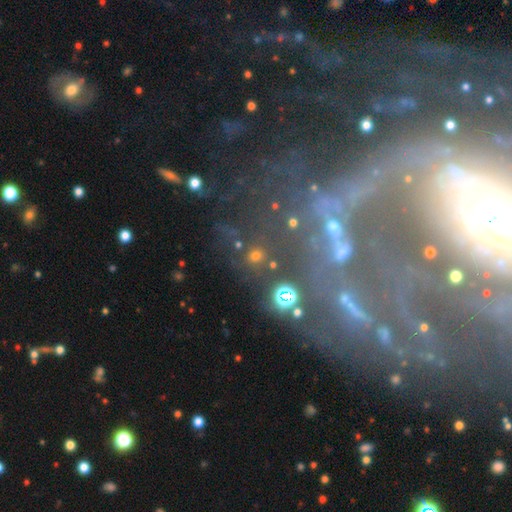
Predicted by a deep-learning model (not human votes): This is possibly a smooth galaxy (53%). How rounded: clearly round (84%). Merging: likely none (73%).